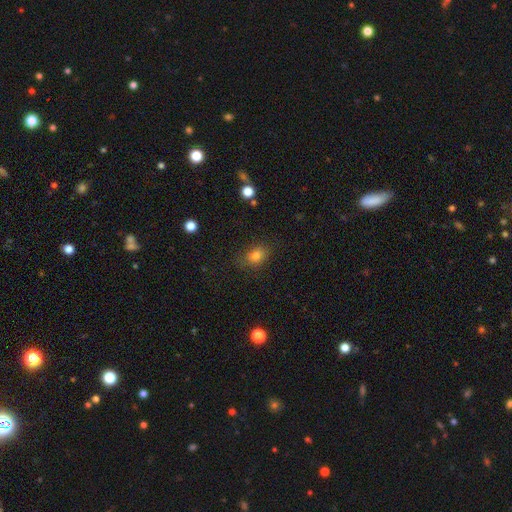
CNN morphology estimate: Q: Smooth or featured?
A: smooth (79%); runner-up: star or artifact (13%)
Q: How rounded?
A: in between (65%); runner-up: round (34%)
Q: Merging?
A: none (78%); runner-up: minor disturbance (15%)